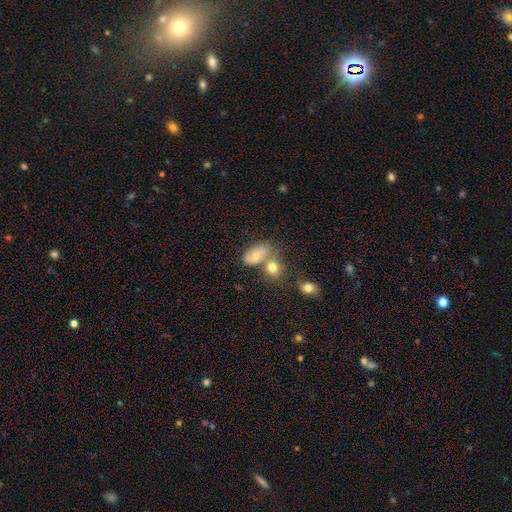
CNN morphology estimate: The model was most divided on "merging": merger: 43%, none: 35%, minor disturbance: 15%, major disturbance: 8%. More confident: how rounded — in between (80%); smooth or featured — smooth (65%).